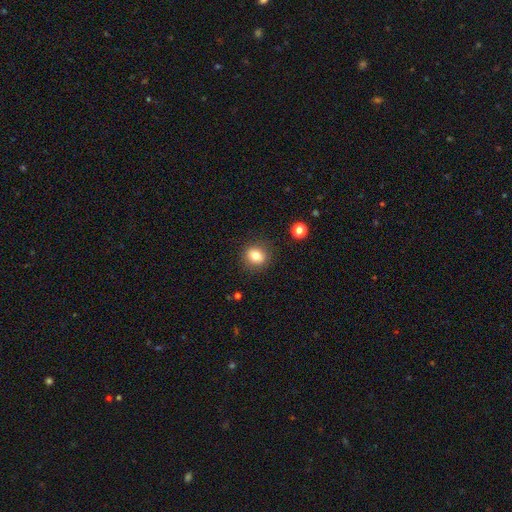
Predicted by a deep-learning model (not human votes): Smooth or featured: smooth — 80% (star or artifact — 11%)
How rounded: round — 73% (in between — 26%)
Merging: none — 88% (minor disturbance — 8%)